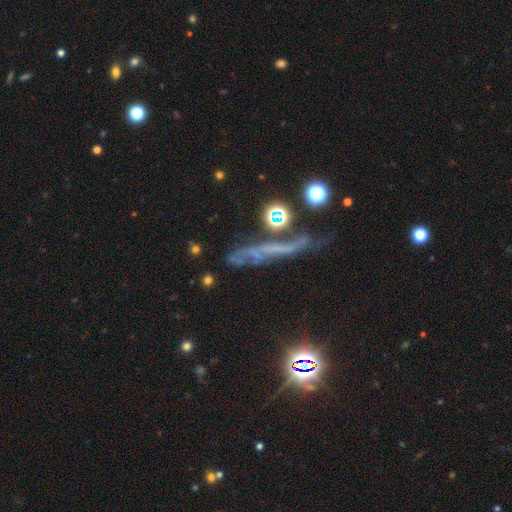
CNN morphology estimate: A featured or disk galaxy (46%).

Vote fractions:
- Smooth or featured? featured or disk: 46% / smooth: 30% / star or artifact: 24%
- Merging? none: 46% / minor disturbance: 22% / major disturbance: 21% / merger: 11%